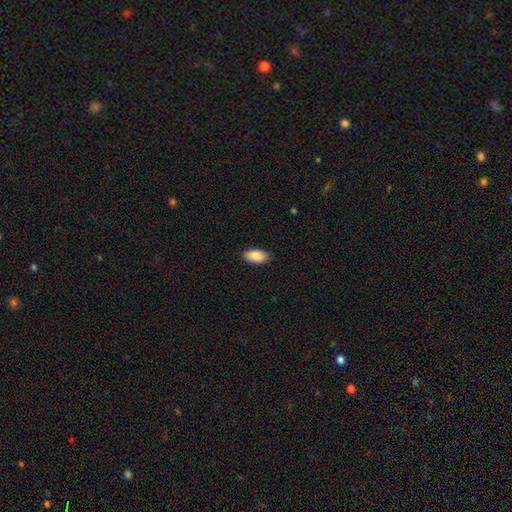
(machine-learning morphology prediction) Smooth or featured?
  - smooth: 90% *
  - star or artifact: 6%
  - featured or disk: 4%
How rounded?
  - in between: 94% *
  - cigar-shaped: 3%
  - round: 3%
Merging?
  - none: 88% *
  - minor disturbance: 9%
  - major disturbance: 2%
  - merger: 1%